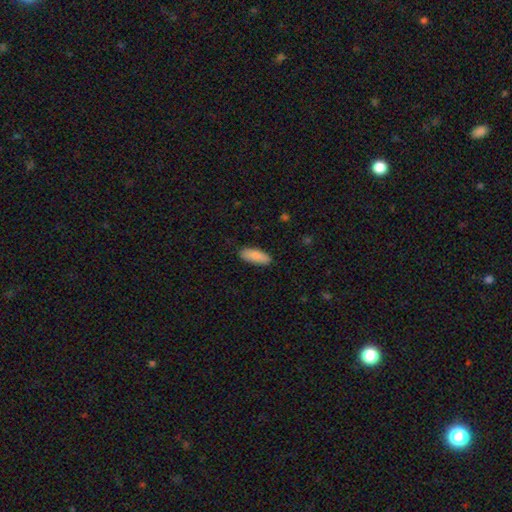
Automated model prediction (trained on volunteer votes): Smooth or featured? Predicted: smooth (p=0.87). How rounded? Predicted: in between (p=0.72). Merging? Predicted: none (p=0.87).